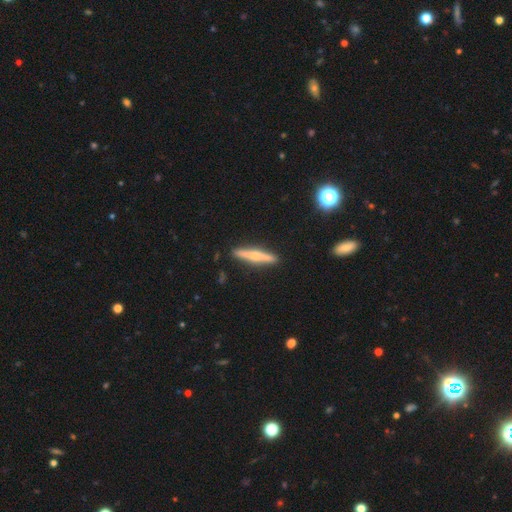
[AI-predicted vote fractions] Overall: featured or disk (52%; smooth 42%). Edge-on disk: yes (97%). Edge-on bulge: rounded (71%). Merging: none (90%).